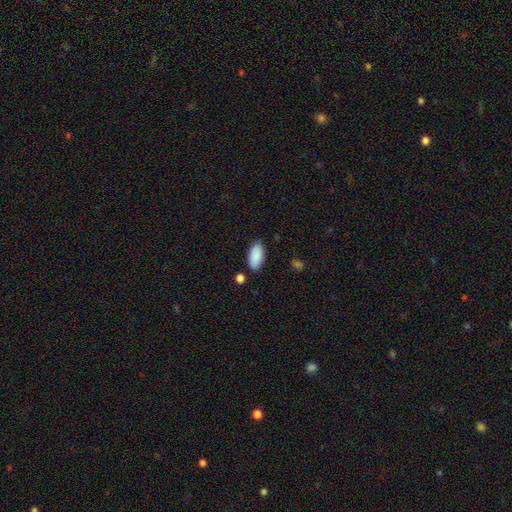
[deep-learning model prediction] Smooth or featured? Predicted: smooth (p=0.89). How rounded? Predicted: in between (p=0.92). Merging? Predicted: none (p=0.83).